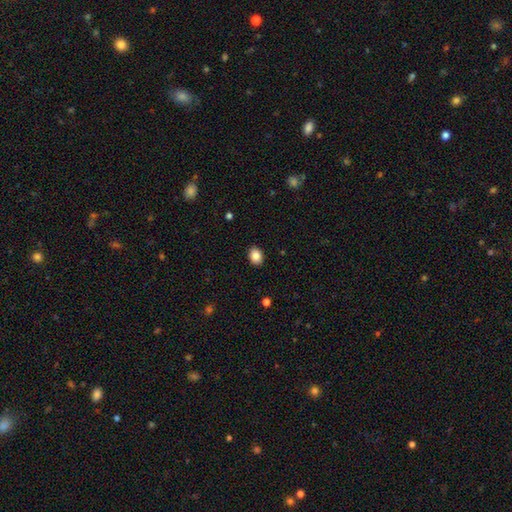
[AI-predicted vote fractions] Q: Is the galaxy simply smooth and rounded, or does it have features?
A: smooth — 86%.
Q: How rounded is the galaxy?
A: in between — 69%.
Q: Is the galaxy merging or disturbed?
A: none — 90%.